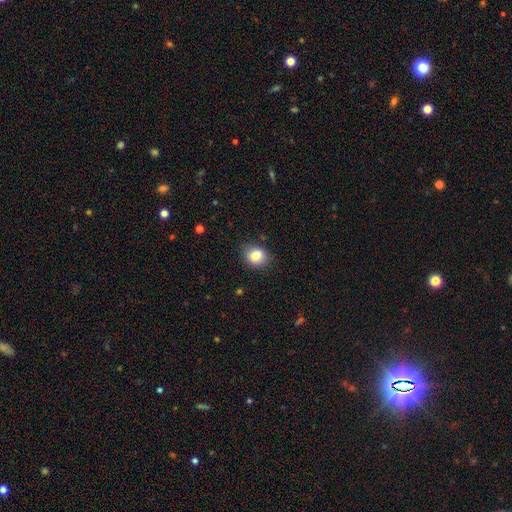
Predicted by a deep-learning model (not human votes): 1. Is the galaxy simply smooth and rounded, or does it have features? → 82% smooth, 10% star or artifact, 8% featured or disk.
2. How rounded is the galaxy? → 51% round, 48% in between, 1% cigar-shaped.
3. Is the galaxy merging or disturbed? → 78% none, 17% minor disturbance, 4% major disturbance, 2% merger.